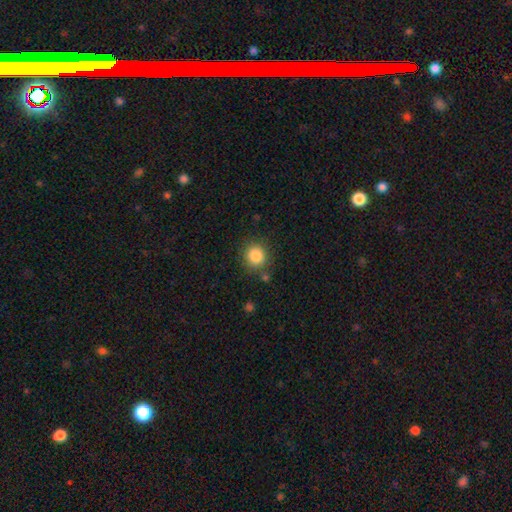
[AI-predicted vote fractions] The model was most divided on "merging": none: 82%, minor disturbance: 10%, merger: 4%, major disturbance: 3%. More confident: how rounded — round (89%); smooth or featured — smooth (85%).